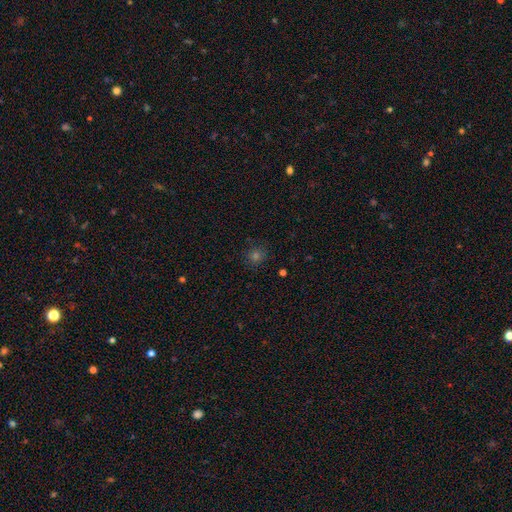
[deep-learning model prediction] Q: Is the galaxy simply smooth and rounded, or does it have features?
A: smooth — 63%.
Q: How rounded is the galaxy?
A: round — 88%.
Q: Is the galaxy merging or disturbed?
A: none — 86%.